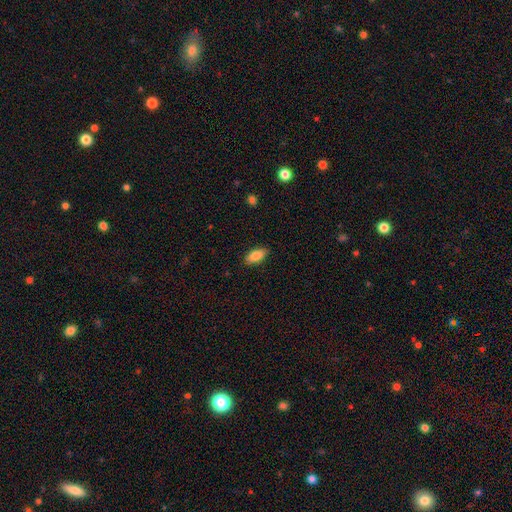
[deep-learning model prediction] This appears to be a smooth galaxy with no disk features (86%) that is in between round and cigar-shaped (89%). Merging: none (87%).